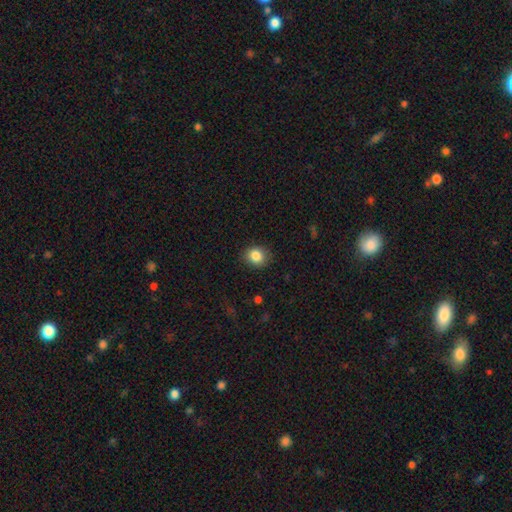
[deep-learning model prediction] Overall: smooth (85%). How rounded: round (71%). Merging: none (86%).